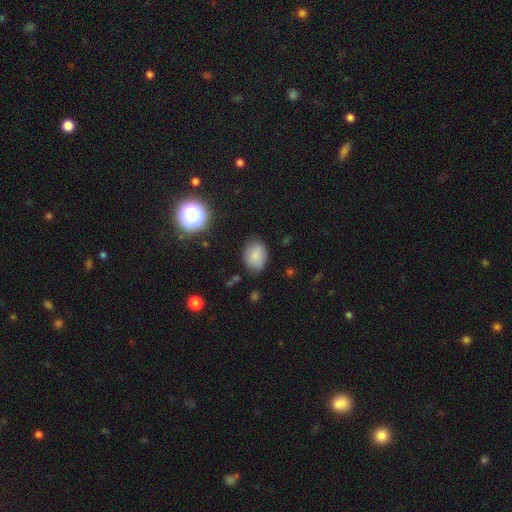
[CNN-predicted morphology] smooth-or-featured: smooth: 82% | star or artifact: 10% | featured or disk: 7%
  how-rounded: in between: 64% | round: 35% | cigar-shaped: 1%
  merging: none: 77% | minor disturbance: 17% | major disturbance: 4% | merger: 2%